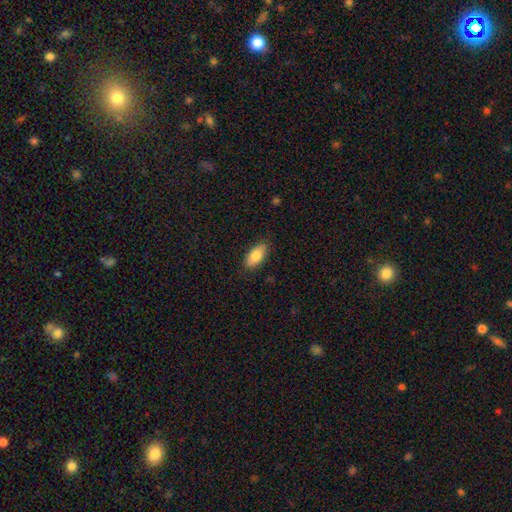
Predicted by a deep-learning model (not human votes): The model was most divided on "smooth or featured": smooth: 82%, featured or disk: 11%, star or artifact: 7%. More confident: how rounded — in between (91%); merging — none (85%).